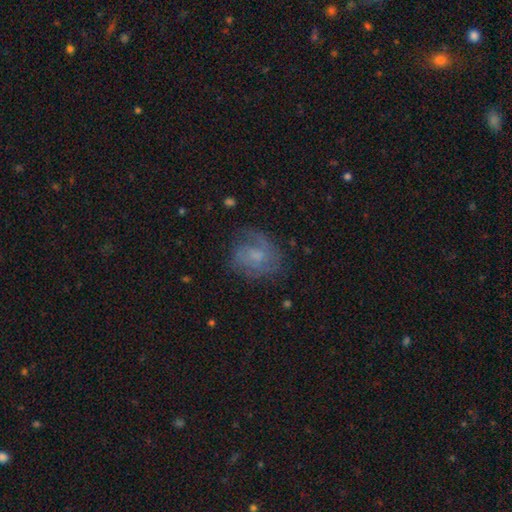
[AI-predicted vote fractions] A featured or disk galaxy (59%) with no bar (62%), spiral arms (83%) and a small central bulge (39%). Merging: none (61%).